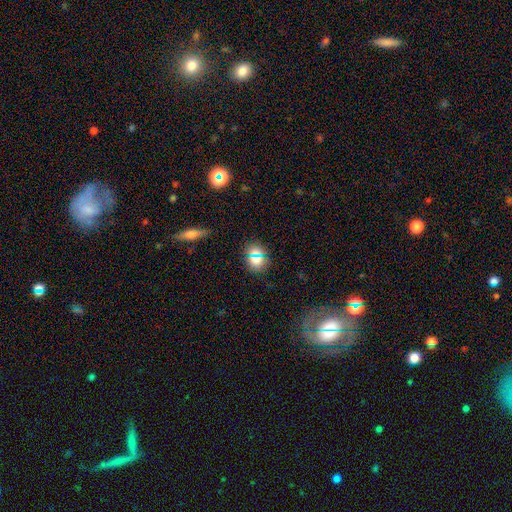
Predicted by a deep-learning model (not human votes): Smooth or featured: smooth — 70% (star or artifact — 21%)
How rounded: round — 68% (in between — 29%)
Merging: none — 85% (minor disturbance — 9%)